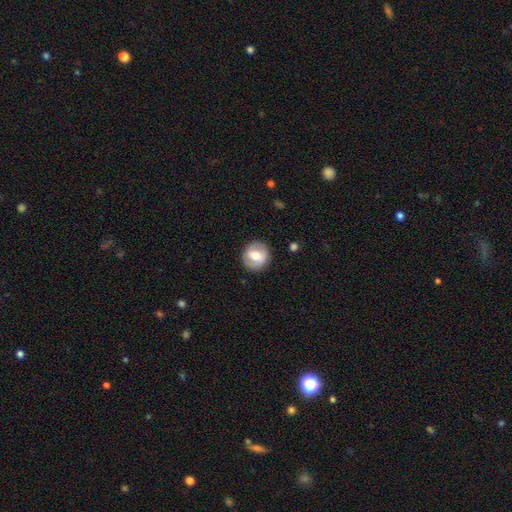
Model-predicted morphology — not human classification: Smooth or featured: smooth — 56% (featured or disk — 37%)
How rounded: round — 84% (in between — 15%)
Merging: none — 87% (minor disturbance — 9%)